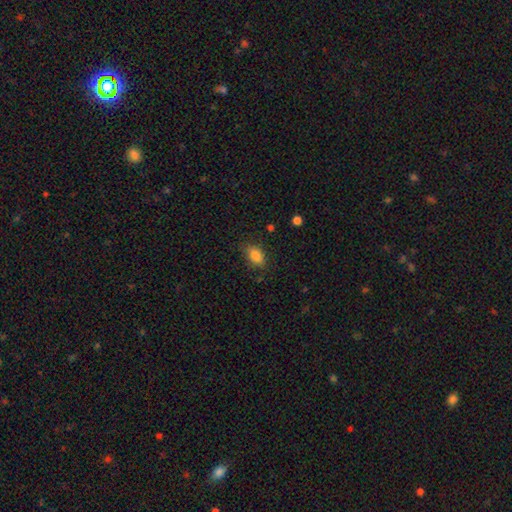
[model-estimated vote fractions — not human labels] Overall: smooth (86%). How rounded: in between (87%). Merging: none (79%).